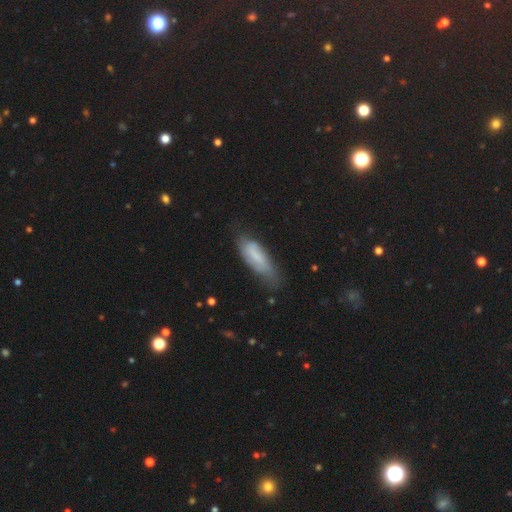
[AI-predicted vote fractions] smooth 60%, featured or disk 32%, star or artifact 8%. Down the decision tree: how rounded — in between (56%); merging — none (55%).